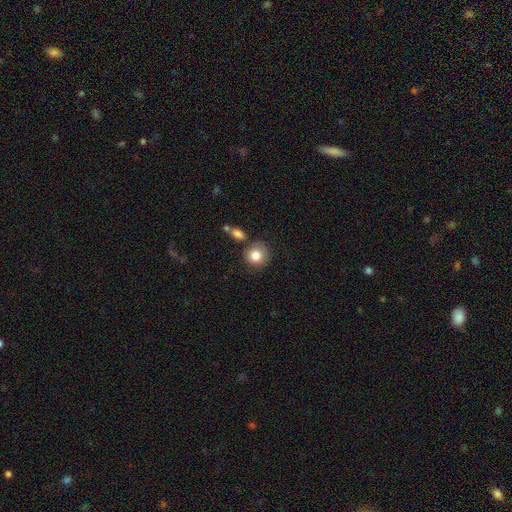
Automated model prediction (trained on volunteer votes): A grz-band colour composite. It shows a smooth galaxy with no disk features (84%) that is round (86%). Merging: none (69%).